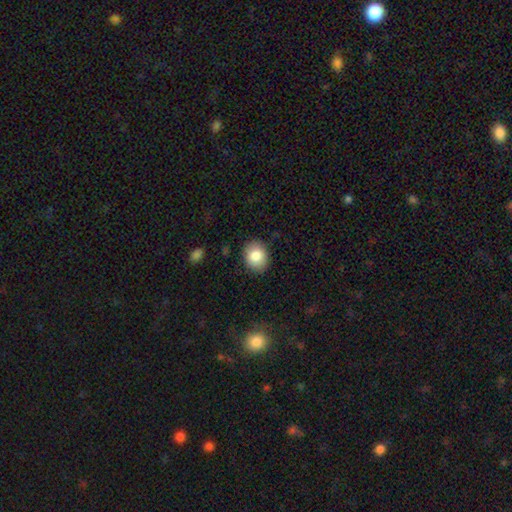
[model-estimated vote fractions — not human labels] smooth_or_featured: smooth (p=0.84) [alt: featured or disk p=0.08]
how_rounded: round (p=0.58) [alt: in between p=0.42]
merging: none (p=0.86) [alt: minor disturbance p=0.10]